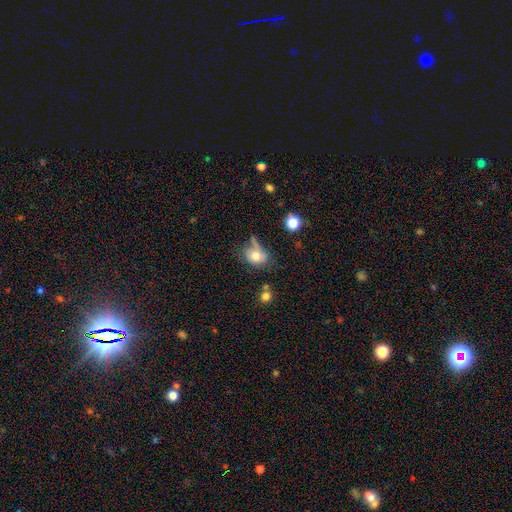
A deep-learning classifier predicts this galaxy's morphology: This is likely a smooth galaxy (73%). How rounded: possibly in between (55%). Merging: marginally none (42%).